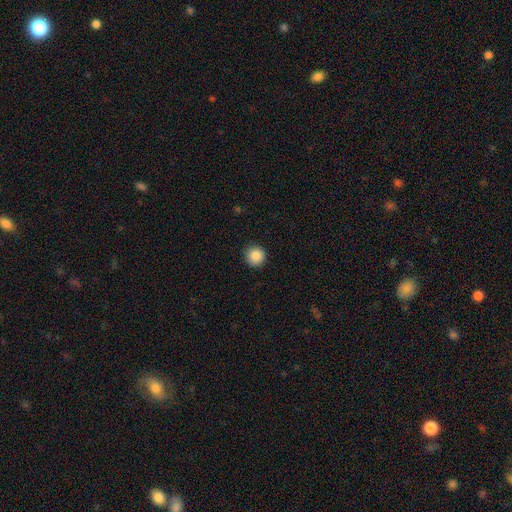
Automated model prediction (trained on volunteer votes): The model was most divided on "smooth or featured": smooth: 87%, star or artifact: 9%, featured or disk: 4%. More confident: how rounded — round (94%); merging — none (90%).